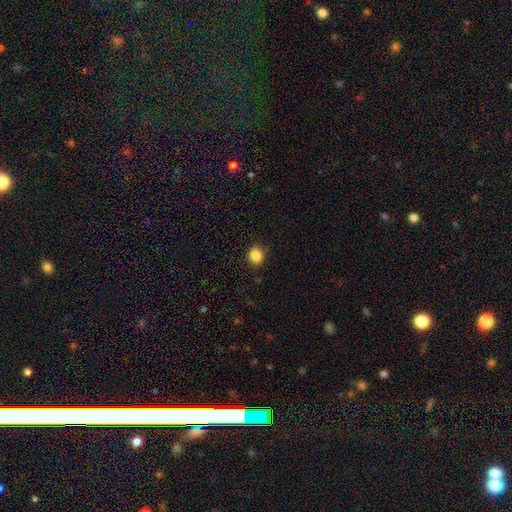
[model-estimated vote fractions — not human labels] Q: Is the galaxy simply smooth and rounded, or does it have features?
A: smooth — 86%.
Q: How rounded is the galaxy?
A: round — 66%.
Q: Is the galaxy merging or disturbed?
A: none — 88%.